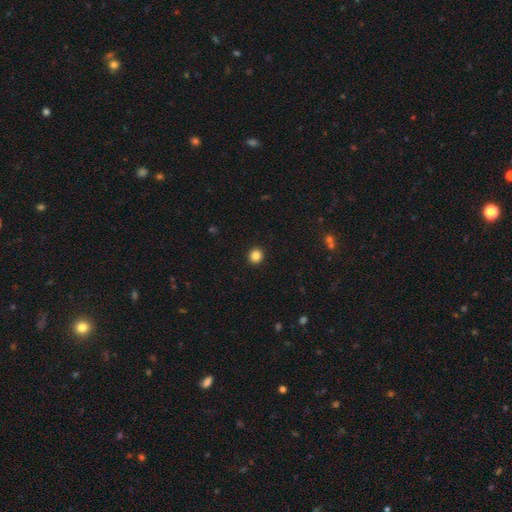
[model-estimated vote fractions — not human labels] Morphology: type=smooth (86%); roundness=round (88%); merging=none (93%).